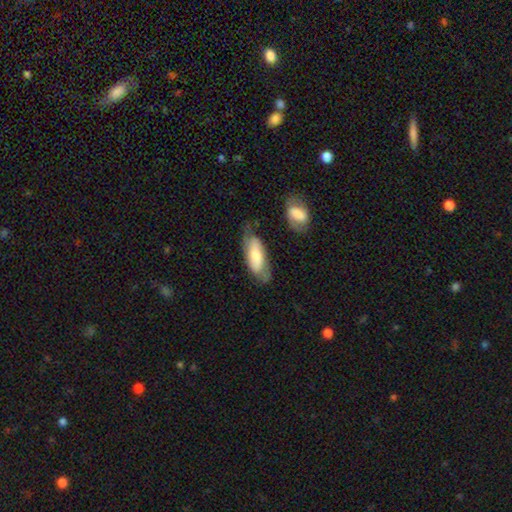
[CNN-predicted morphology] Overall: smooth (55%; featured or disk 39%). How rounded: in between (73%). Merging: none (59%; minor disturbance 26%).